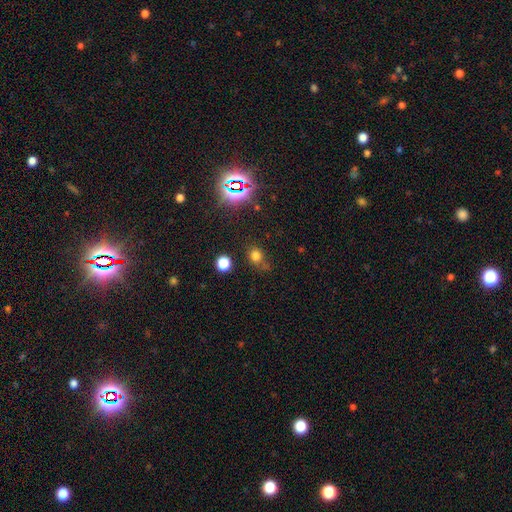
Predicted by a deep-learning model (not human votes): This appears to be a smooth galaxy with no disk features (71%) that is round (72%). Merging: none (67%).